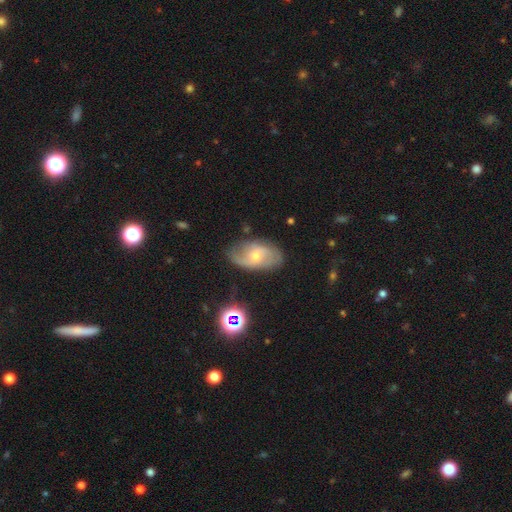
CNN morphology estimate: featured or disk 67%, smooth 24%, star or artifact 9%. Down the decision tree: edge-on disk — no (94%); bar — no (59%); spiral arms — yes (85%); spiral arm count — 2 (66%); spiral winding — medium (41%); bulge size — small (60%); merging — none (68%).